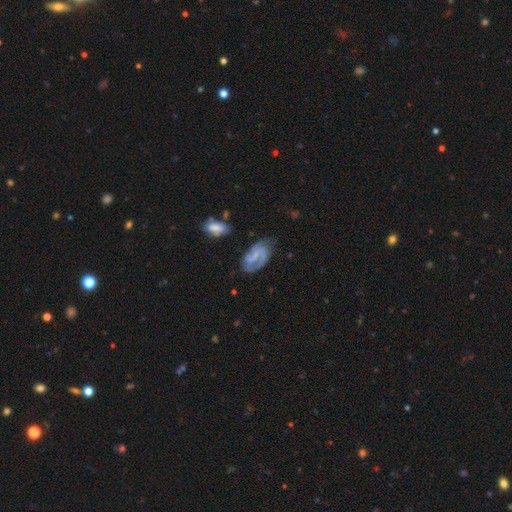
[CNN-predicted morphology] A featured or disk galaxy (76%) with a weak bar (47%), 2 (79%) medium (48%) spiral arms (91%) and no central bulge (46%).

Vote fractions:
- Smooth or featured? featured or disk: 76% / smooth: 17% / star or artifact: 7%
- Edge-on disk? no: 97% / yes: 3%
- Bar? weak: 47% / no: 30% / strong: 23%
- Spiral arms? yes: 91% / no: 9%
- Spiral winding? medium: 48% / tight: 30% / loose: 22%
- Spiral arm count? 2: 79% / 1: 10% / can't tell: 7% / 3: 2% / 4: 1% / more than 4: 1%
- Bulge size? none: 46% / small: 39% / moderate: 13% / large: 2% / dominant: 1%
- Merging? none: 62% / minor disturbance: 23% / major disturbance: 11% / merger: 4%